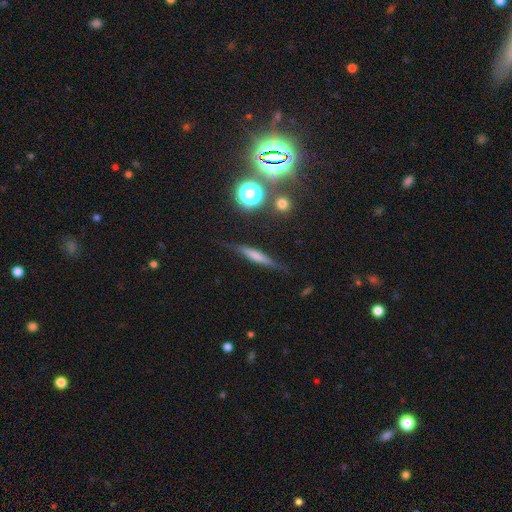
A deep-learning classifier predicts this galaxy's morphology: A featured or disk galaxy (48%). Merging: none (78%).